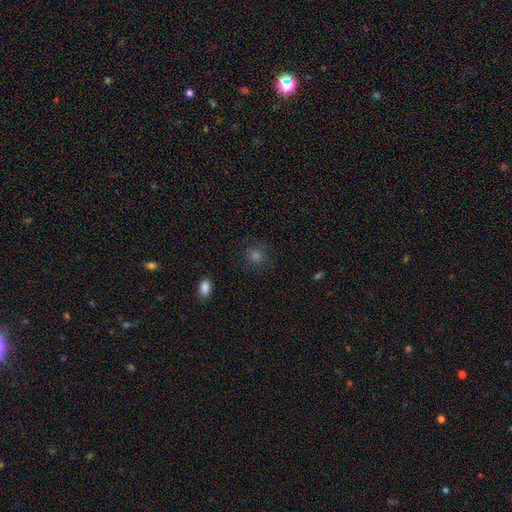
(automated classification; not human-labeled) Smooth or featured: smooth — 65% (star or artifact — 25%)
How rounded: round — 86% (in between — 13%)
Merging: none — 83% (minor disturbance — 11%)